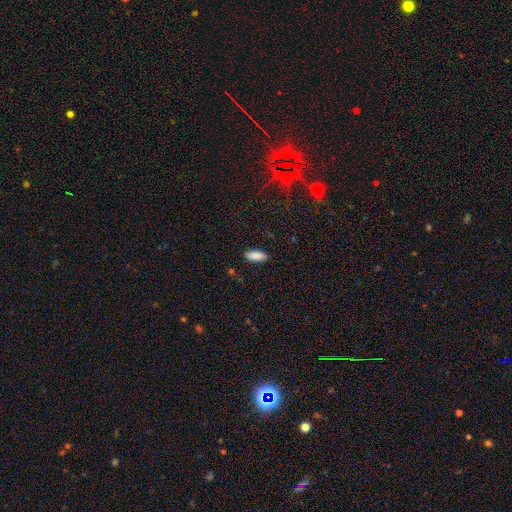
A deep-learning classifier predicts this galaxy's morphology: This appears to be a smooth galaxy with no disk features (88%) that is in between round and cigar-shaped (82%). Merging: none (86%).